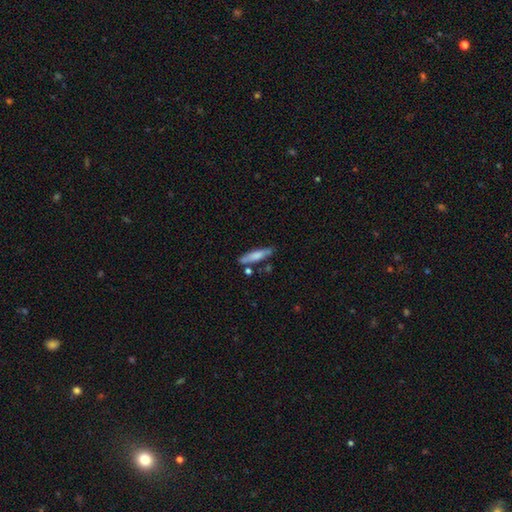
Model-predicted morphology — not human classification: Smooth or featured? Predicted: smooth (p=0.70). How rounded? Predicted: cigar-shaped (p=0.82). Merging? Predicted: none (p=0.70).